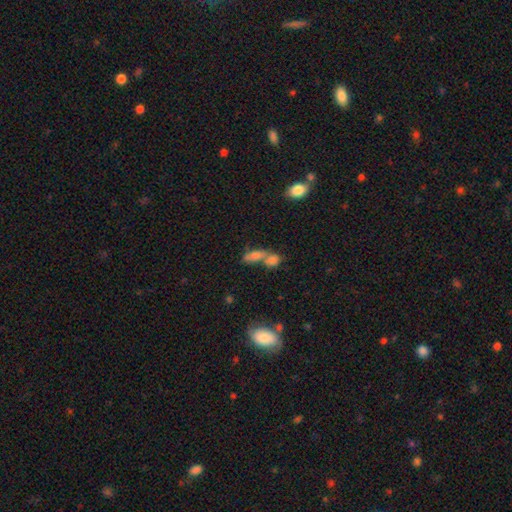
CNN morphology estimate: type=smooth (65%); roundness=in between (69%); merging=merger (54%).